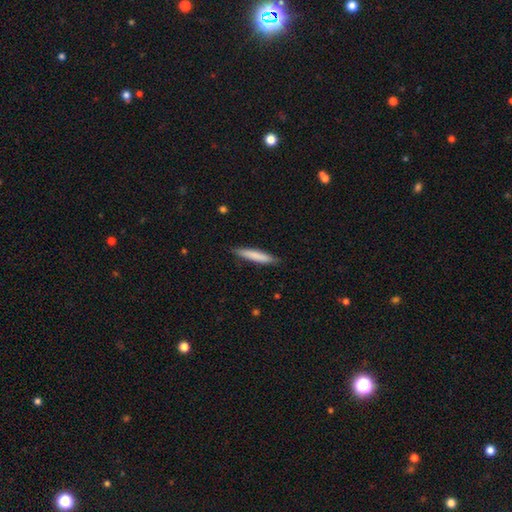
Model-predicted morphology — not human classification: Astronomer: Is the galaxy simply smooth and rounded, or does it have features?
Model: smooth — 79%.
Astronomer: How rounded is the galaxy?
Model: cigar-shaped — 91%.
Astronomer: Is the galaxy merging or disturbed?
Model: none — 87%.